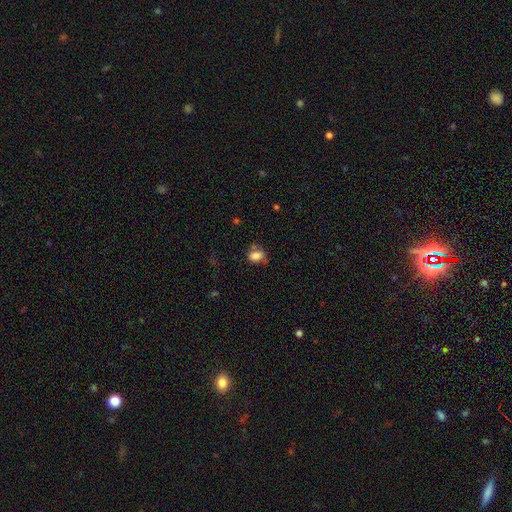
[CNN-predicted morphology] The model was most divided on "merging": none: 54%, minor disturbance: 27%, major disturbance: 11%, merger: 8%. More confident: smooth or featured — smooth (79%); how rounded — in between (67%).